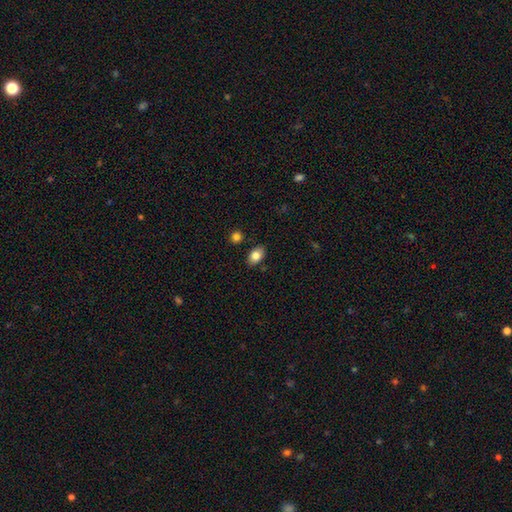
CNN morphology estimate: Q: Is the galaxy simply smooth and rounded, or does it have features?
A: smooth — 83%.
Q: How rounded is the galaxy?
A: in between — 86%.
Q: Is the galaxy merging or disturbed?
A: none — 85%.